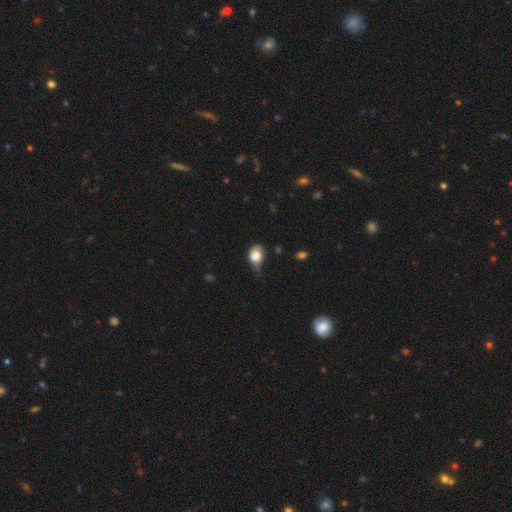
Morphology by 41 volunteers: type=smooth (78%); roundness=in between (56%); merging=minor disturbance (50%).